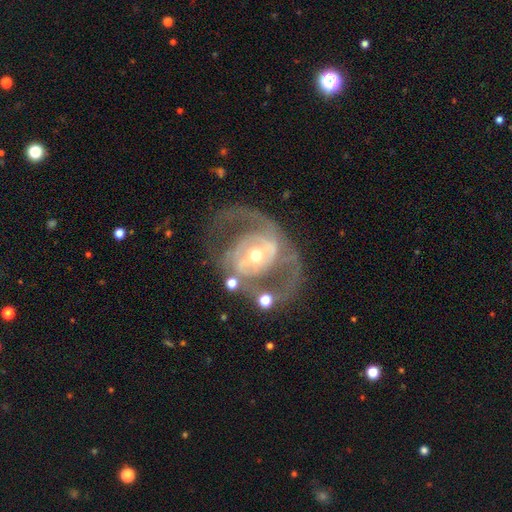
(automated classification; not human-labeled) Smooth or featured? featured or disk (84%)
Edge-on disk? no (96%)
Bar? no (36%)
Spiral arms? yes (79%)
Spiral winding? medium (48%)
Spiral arm count? 2 (76%)
Bulge size? moderate (61%)
Merging? none (55%)